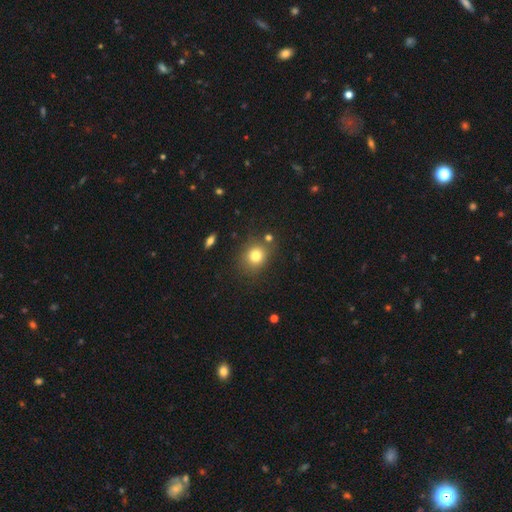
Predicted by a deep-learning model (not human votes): Q: Smooth or featured?
A: smooth (79%); runner-up: star or artifact (12%)
Q: How rounded?
A: round (69%); runner-up: in between (30%)
Q: Merging?
A: none (76%); runner-up: minor disturbance (13%)